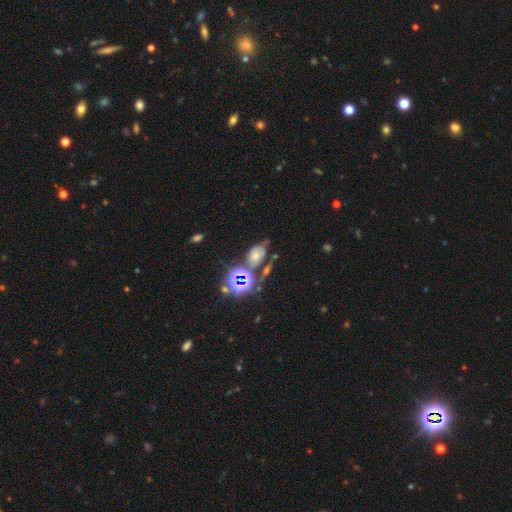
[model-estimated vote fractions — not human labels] Smooth or featured?
  - smooth: 45% *
  - star or artifact: 34%
  - featured or disk: 21%
Merging?
  - none: 48% *
  - minor disturbance: 22%
  - merger: 18%
  - major disturbance: 12%